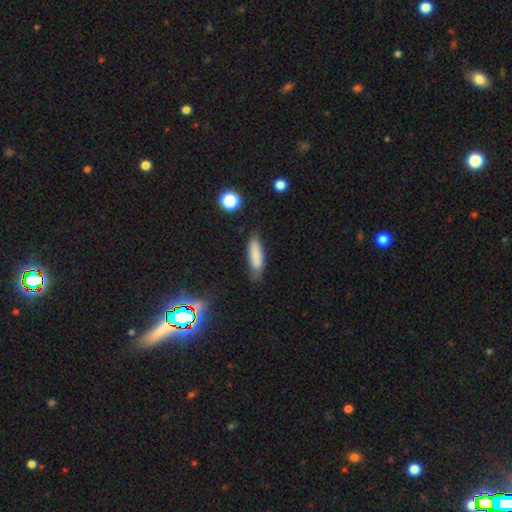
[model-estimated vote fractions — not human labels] This is likely a smooth galaxy (80%). How rounded: likely cigar-shaped (62%). Merging: likely none (70%).